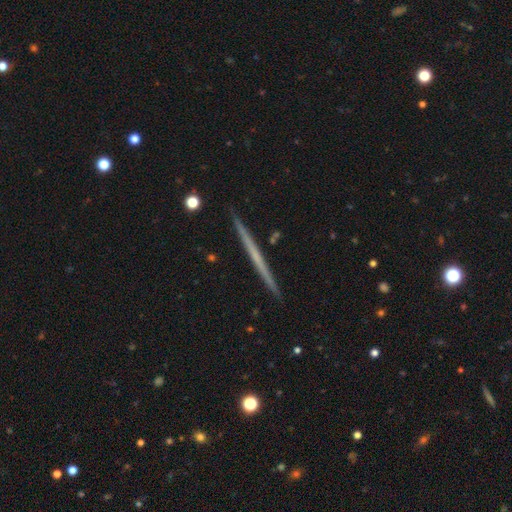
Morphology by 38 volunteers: smooth_or_featured: featured or disk (p=0.79) [alt: smooth p=0.16]
disk_edge_on: yes (p=1.00)
edge_on_bulge: none (p=0.93) [alt: rounded p=0.07]
merging: none (p=1.00)